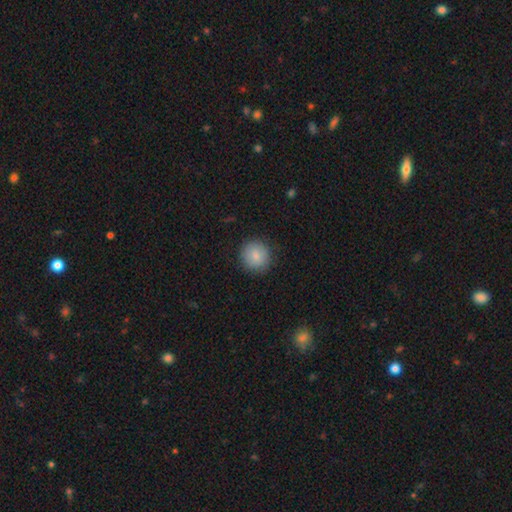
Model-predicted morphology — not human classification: smooth 85%, star or artifact 7%, featured or disk 7%. Down the decision tree: how rounded — round (92%); merging — none (87%).